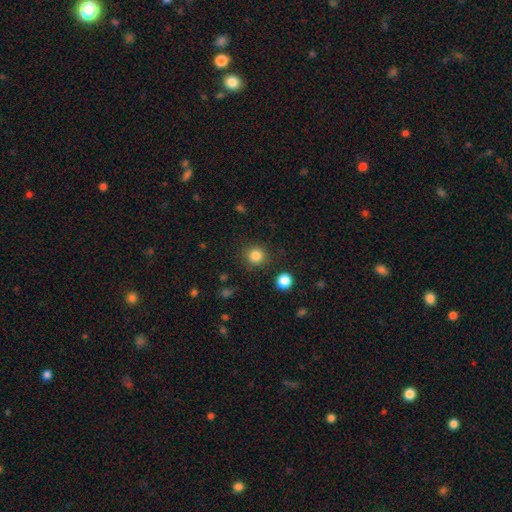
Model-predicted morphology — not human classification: A smooth galaxy with no disk features (84%) that is round (92%).

Vote fractions:
- Smooth or featured? smooth: 84% / star or artifact: 12% / featured or disk: 4%
- How rounded? round: 92% / in between: 7% / cigar-shaped: 1%
- Merging? none: 88% / minor disturbance: 7% / major disturbance: 3% / merger: 2%